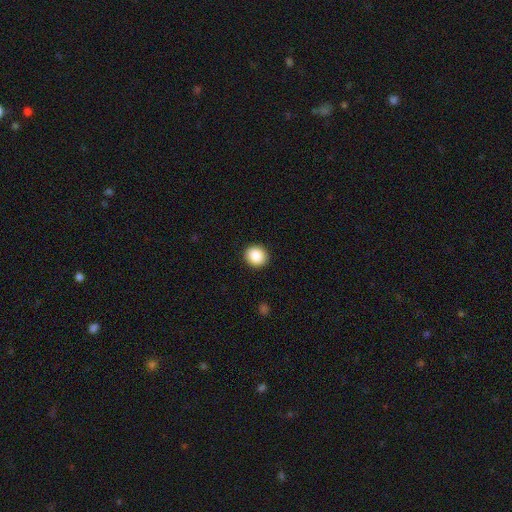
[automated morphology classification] Smooth or featured?
  - smooth: 88% *
  - star or artifact: 8%
  - featured or disk: 4%
How rounded?
  - round: 87% *
  - in between: 12%
  - cigar-shaped: 1%
Merging?
  - none: 92% *
  - minor disturbance: 5%
  - major disturbance: 2%
  - merger: 1%